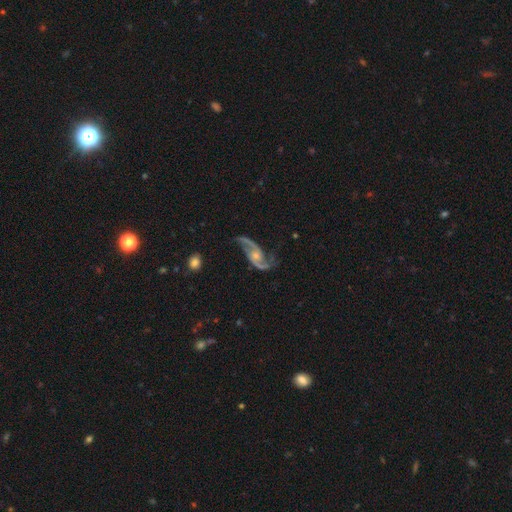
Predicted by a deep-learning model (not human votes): Morphology: type=featured or disk (92%); edge-on=no (97%); bar=no (61%); spiral arms=yes (98%); winding=loose (64%); arm count=2 (94%); bulge=small (57%); merging=none (67%).